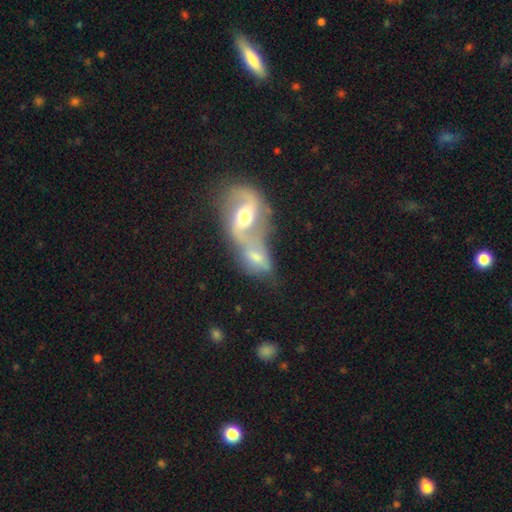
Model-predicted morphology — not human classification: The model was most divided on "bar": weak: 41%, no: 35%, strong: 23%. More confident: edge-on disk — no (93%); merging — merger (75%); spiral arms — yes (73%); bulge size — moderate (65%); smooth or featured — featured or disk (58%).